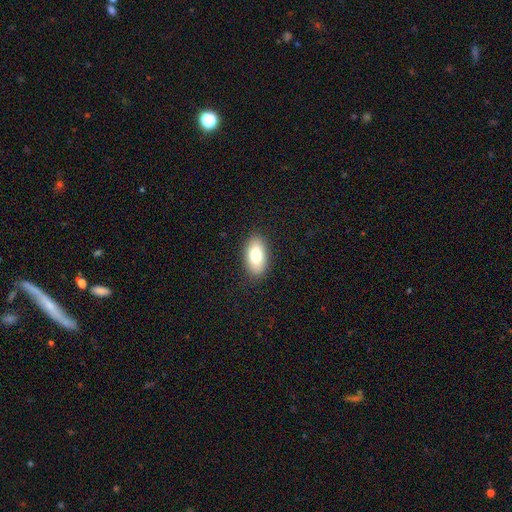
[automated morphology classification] A smooth galaxy with no disk features (79%) that is in between round and cigar-shaped (92%).

Vote fractions:
- Smooth or featured? smooth: 79% / featured or disk: 14% / star or artifact: 7%
- How rounded? in between: 92% / round: 4% / cigar-shaped: 3%
- Merging? none: 88% / minor disturbance: 9% / major disturbance: 2% / merger: 1%